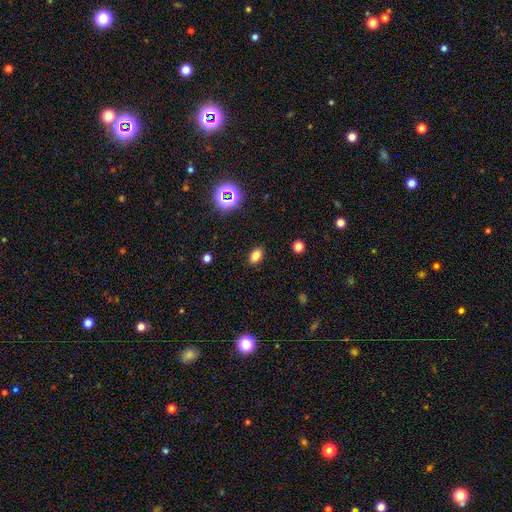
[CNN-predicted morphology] This is likely a smooth galaxy (78%). How rounded: clearly in between (84%). Merging: clearly none (88%).